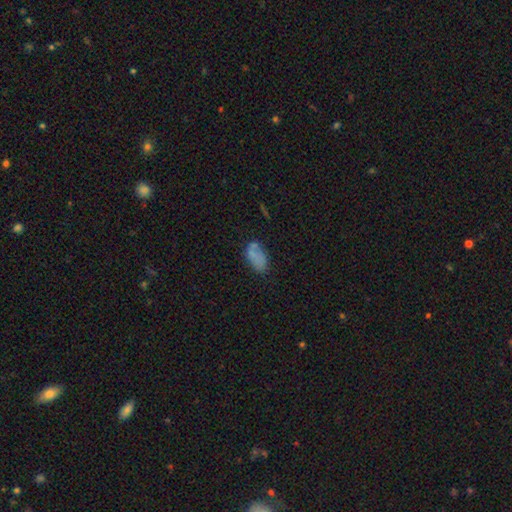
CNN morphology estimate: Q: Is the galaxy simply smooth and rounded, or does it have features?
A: smooth — 71%.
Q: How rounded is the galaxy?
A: in between — 92%.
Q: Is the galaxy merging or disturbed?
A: none — 58%.